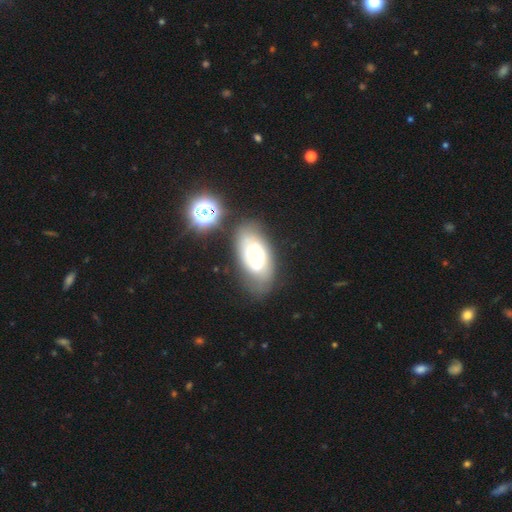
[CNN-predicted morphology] featured or disk 63%, smooth 27%, star or artifact 10%. Down the decision tree: edge-on disk — no (94%); bar — no (60%); spiral arms — yes (77%); bulge size — moderate (46%); merging — none (57%).